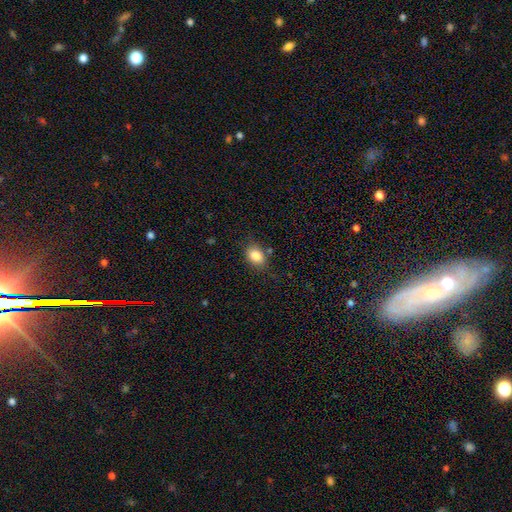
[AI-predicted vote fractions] A smooth galaxy with no disk features (84%) that is in between round and cigar-shaped (68%). Merging: none (78%).